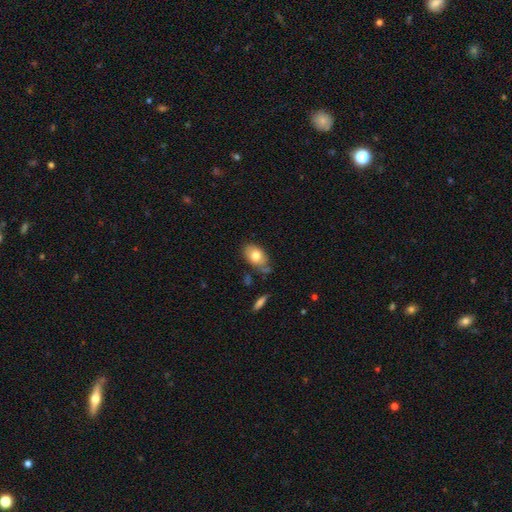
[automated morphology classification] Smooth or featured? Predicted: smooth (p=0.75). How rounded? Predicted: in between (p=0.88). Merging? Predicted: none (p=0.65).